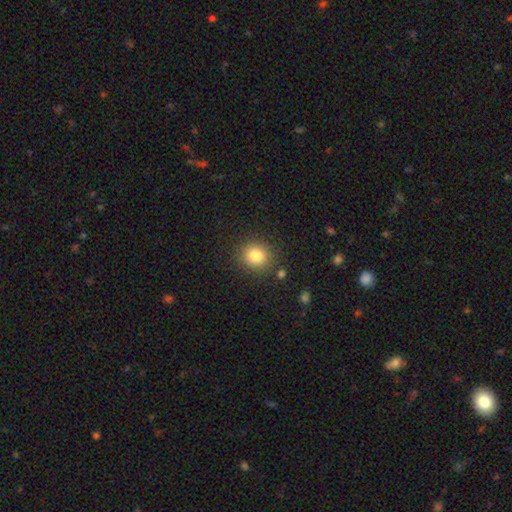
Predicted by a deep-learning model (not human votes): Q: Smooth or featured?
A: smooth (84%); runner-up: star or artifact (11%)
Q: How rounded?
A: round (81%); runner-up: in between (18%)
Q: Merging?
A: none (85%); runner-up: minor disturbance (9%)